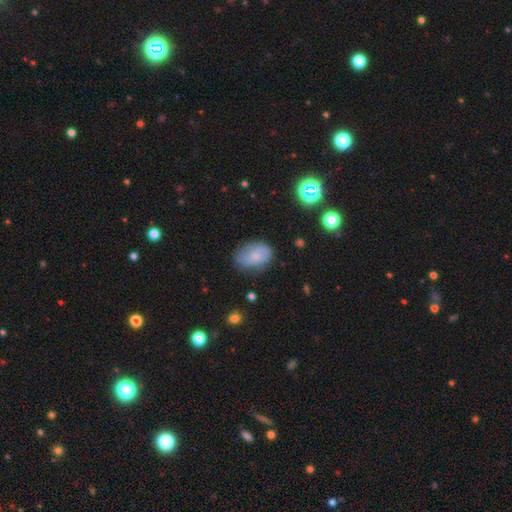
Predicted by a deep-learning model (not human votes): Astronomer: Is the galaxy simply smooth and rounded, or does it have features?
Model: smooth — 58%.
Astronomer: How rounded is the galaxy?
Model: in between — 82%.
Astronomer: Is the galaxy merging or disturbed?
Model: none — 65%.